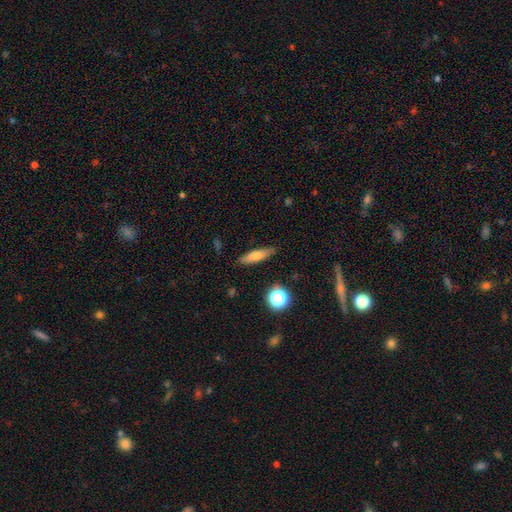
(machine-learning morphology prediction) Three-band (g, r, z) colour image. It shows a smooth galaxy with no disk features (70%) that is cigar-shaped (69%). Merging: none (85%).